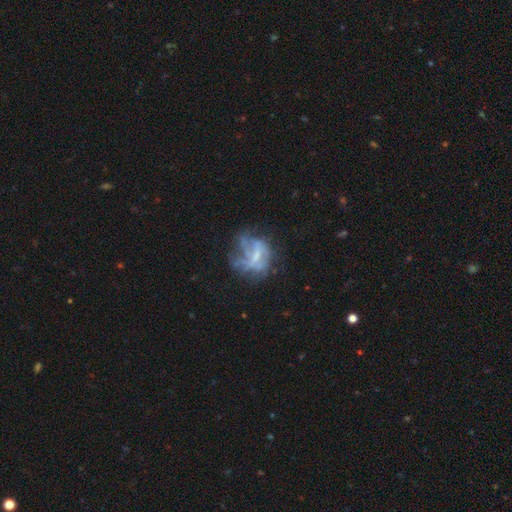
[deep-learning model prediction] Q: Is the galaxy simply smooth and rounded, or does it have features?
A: featured or disk — 63%.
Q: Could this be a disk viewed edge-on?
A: no — 97%.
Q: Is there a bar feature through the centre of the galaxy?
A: no — 53%.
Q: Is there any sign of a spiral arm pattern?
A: no — 62%.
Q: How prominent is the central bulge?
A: small — 38%, tied with none.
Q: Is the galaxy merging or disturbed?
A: none — 39%.